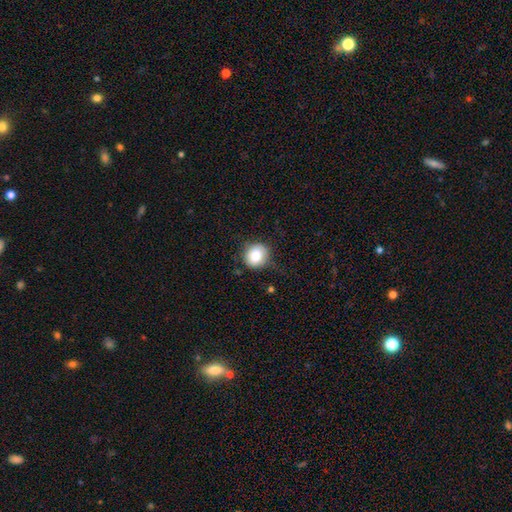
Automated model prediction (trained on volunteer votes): Q: Smooth or featured?
A: smooth (83%); runner-up: star or artifact (9%)
Q: How rounded?
A: round (84%); runner-up: in between (15%)
Q: Merging?
A: none (74%); runner-up: minor disturbance (19%)